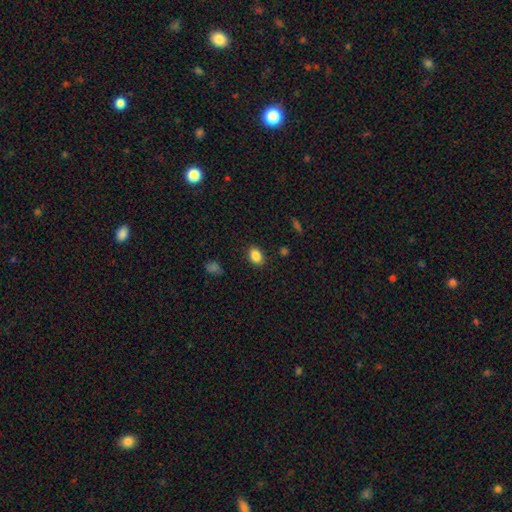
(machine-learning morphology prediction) Smooth or featured: smooth — 86% (star or artifact — 9%)
How rounded: in between — 75% (round — 24%)
Merging: none — 86% (minor disturbance — 10%)